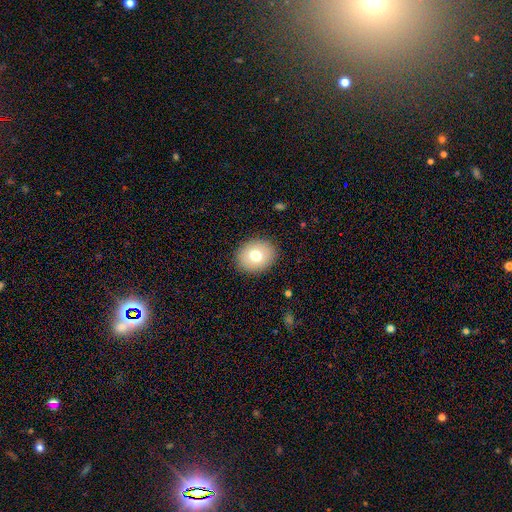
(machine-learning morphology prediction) Smooth or featured?
  - smooth: 75% *
  - featured or disk: 15%
  - star or artifact: 9%
How rounded?
  - round: 60% *
  - in between: 39%
  - cigar-shaped: 1%
Merging?
  - none: 89% *
  - minor disturbance: 8%
  - major disturbance: 2%
  - merger: 1%